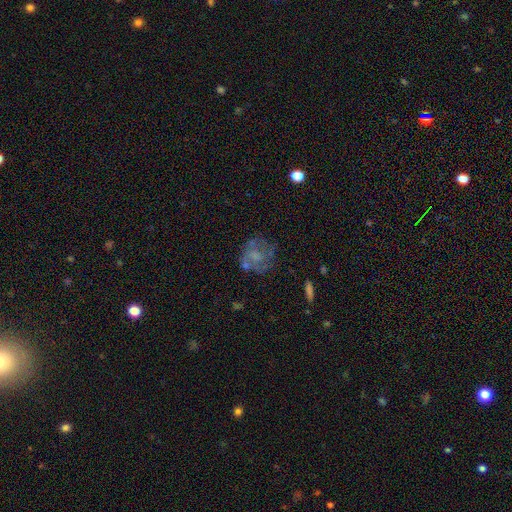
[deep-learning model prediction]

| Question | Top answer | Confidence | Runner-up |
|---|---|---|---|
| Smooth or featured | featured or disk | 53% | smooth (36%) |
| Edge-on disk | no | 97% | yes (3%) |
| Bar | no | 77% | weak (20%) |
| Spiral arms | no | 60% | yes (40%) |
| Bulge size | none | 39% | moderate (30%) |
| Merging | none | 56% | minor disturbance (20%) |